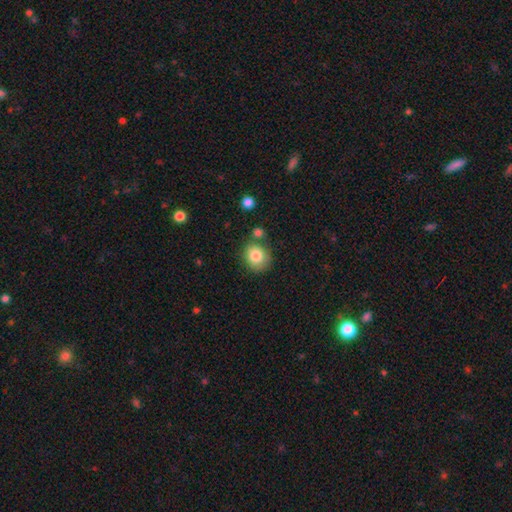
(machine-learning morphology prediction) Smooth or featured? smooth (82%)
How rounded? round (78%)
Merging? none (71%)